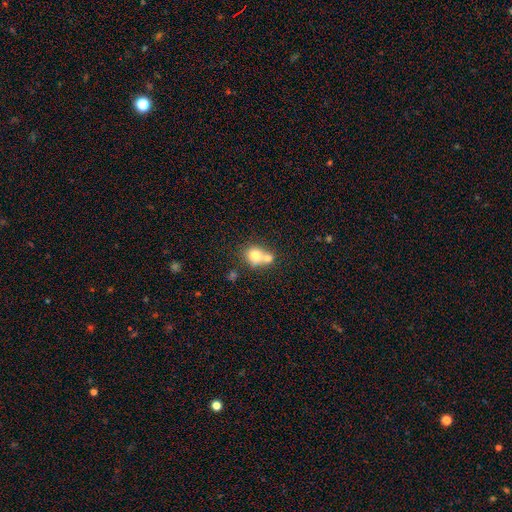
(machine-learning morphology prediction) Smooth or featured?
  - smooth: 73% *
  - featured or disk: 17%
  - star or artifact: 10%
How rounded?
  - round: 75% *
  - in between: 24%
  - cigar-shaped: 1%
Merging?
  - merger: 58% *
  - none: 31%
  - minor disturbance: 7%
  - major disturbance: 3%